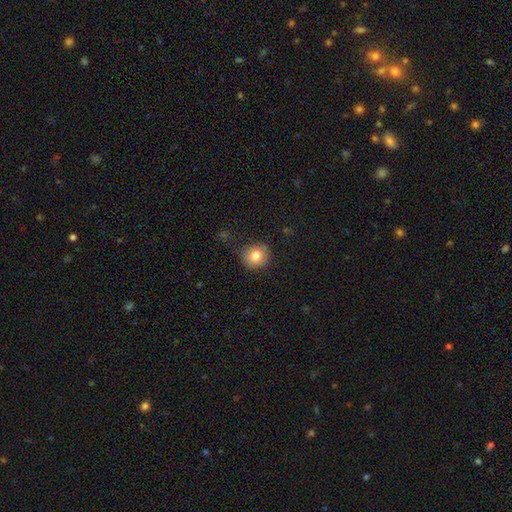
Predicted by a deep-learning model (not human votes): smooth_or_featured: smooth (p=0.81) [alt: star or artifact p=0.10]
how_rounded: round (p=0.88) [alt: in between p=0.11]
merging: none (p=0.83) [alt: minor disturbance p=0.13]